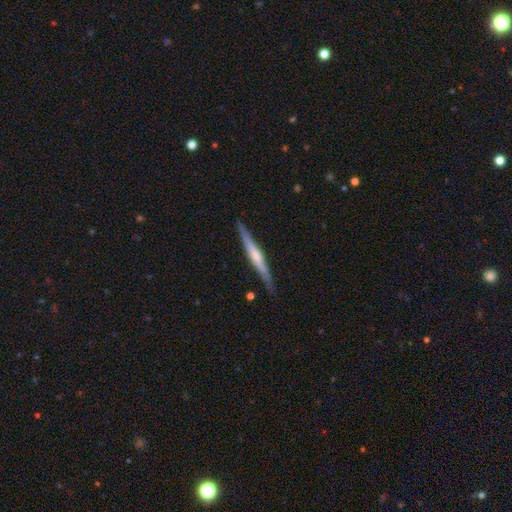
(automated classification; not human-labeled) featured or disk 65%, smooth 30%, star or artifact 5%. Down the decision tree: edge-on disk — yes (97%); edge-on bulge — rounded (49%); merging — none (86%).